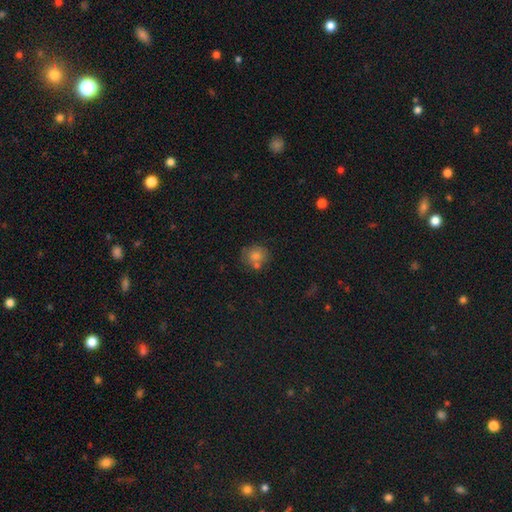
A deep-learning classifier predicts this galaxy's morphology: Overall: smooth (70%). How rounded: round (83%). Merging: none (68%).